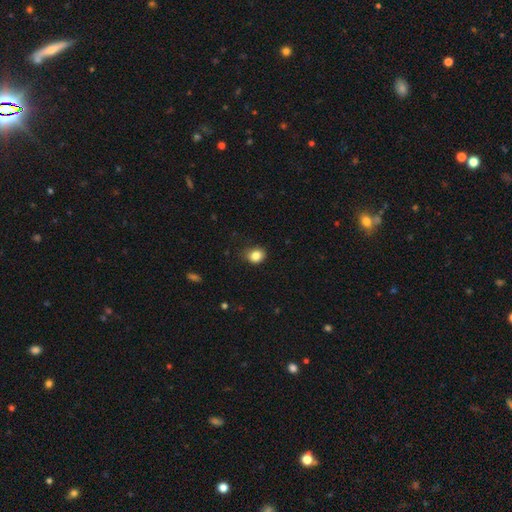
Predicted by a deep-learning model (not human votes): Overall: smooth (84%). How rounded: round (62%; in between 37%). Merging: none (72%).